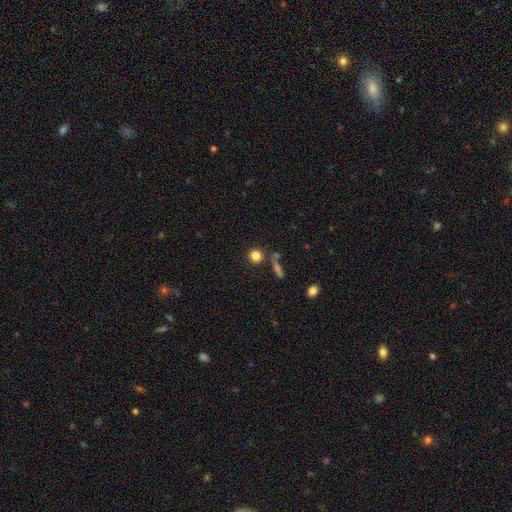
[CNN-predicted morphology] smooth 82%, star or artifact 12%, featured or disk 6%. Down the decision tree: how rounded — round (88%); merging — none (77%).